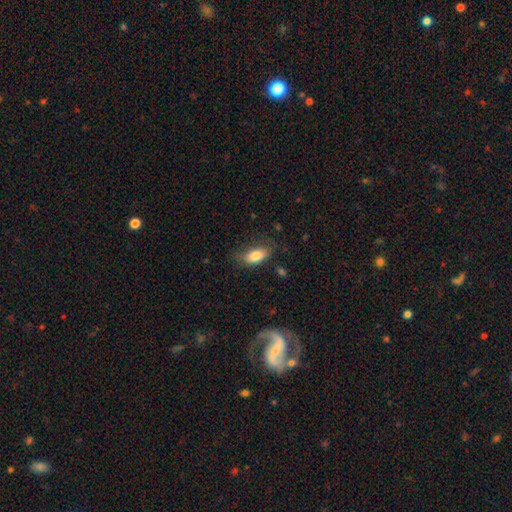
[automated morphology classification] Smooth or featured? smooth (82%)
How rounded? in between (88%)
Merging? none (72%)